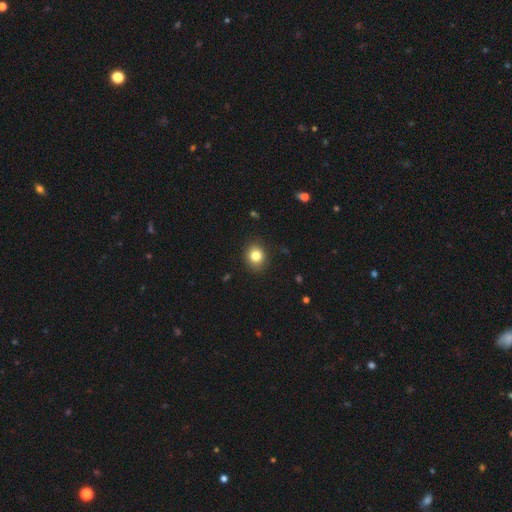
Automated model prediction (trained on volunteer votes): The model was most divided on "how rounded": round: 71%, in between: 28%, cigar-shaped: 1%. More confident: merging — none (88%); smooth or featured — smooth (83%).